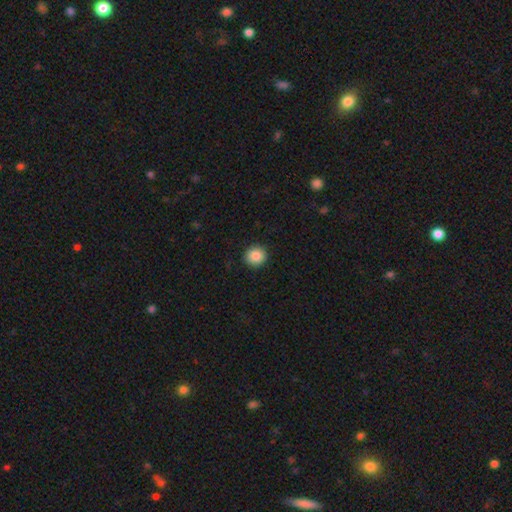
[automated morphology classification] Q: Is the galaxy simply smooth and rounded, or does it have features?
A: smooth — 87%.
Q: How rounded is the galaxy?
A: round — 91%.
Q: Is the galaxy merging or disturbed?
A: none — 92%.